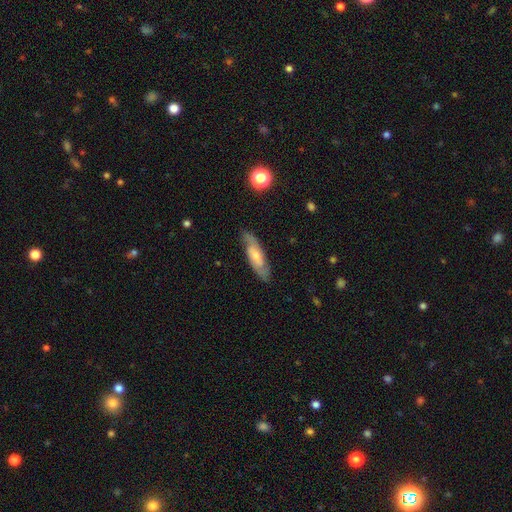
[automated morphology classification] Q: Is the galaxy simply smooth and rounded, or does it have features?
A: featured or disk — 56%.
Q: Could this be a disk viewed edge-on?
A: no — 75%.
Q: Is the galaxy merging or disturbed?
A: none — 80%.